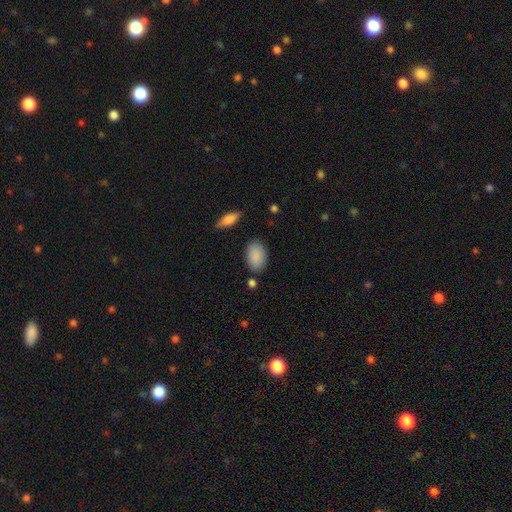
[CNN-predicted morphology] A smooth galaxy with no disk features (89%) that is in between round and cigar-shaped (92%). Merging: none (81%).